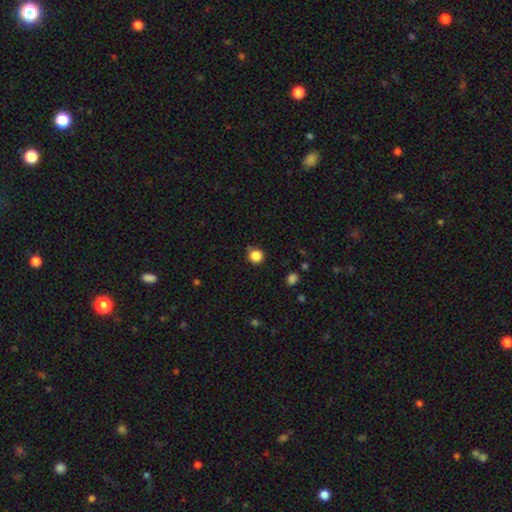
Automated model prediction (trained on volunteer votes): This appears to be a smooth galaxy with no disk features (85%) that is round (93%). Merging: none (83%).